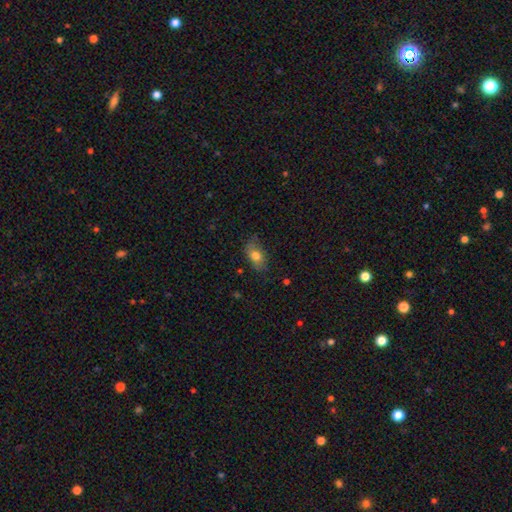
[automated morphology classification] Smooth or featured? smooth (75%)
How rounded? in between (87%)
Merging? none (71%)